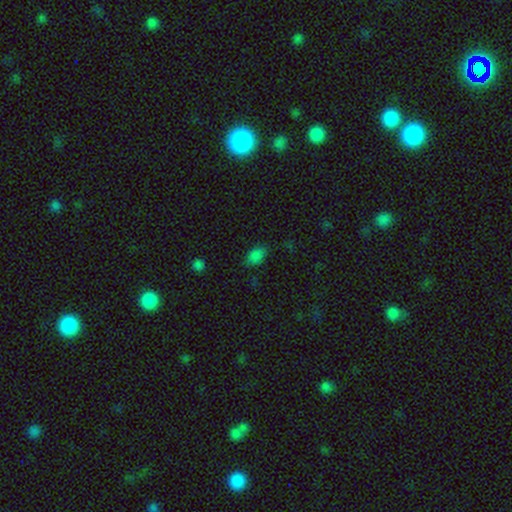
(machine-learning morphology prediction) Smooth or featured?
  - smooth: 80% *
  - star or artifact: 16%
  - featured or disk: 5%
How rounded?
  - in between: 86% *
  - round: 12%
  - cigar-shaped: 2%
Merging?
  - none: 74% *
  - minor disturbance: 20%
  - major disturbance: 4%
  - merger: 2%